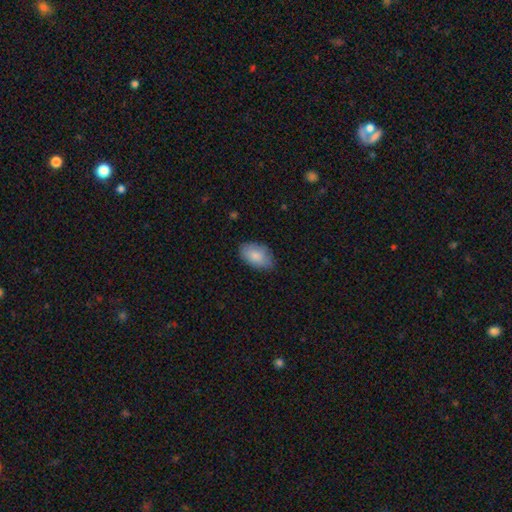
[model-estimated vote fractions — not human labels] smooth_or_featured: smooth (p=0.85) [alt: featured or disk p=0.09]
how_rounded: in between (p=0.93) [alt: round p=0.06]
merging: none (p=0.77) [alt: minor disturbance p=0.19]